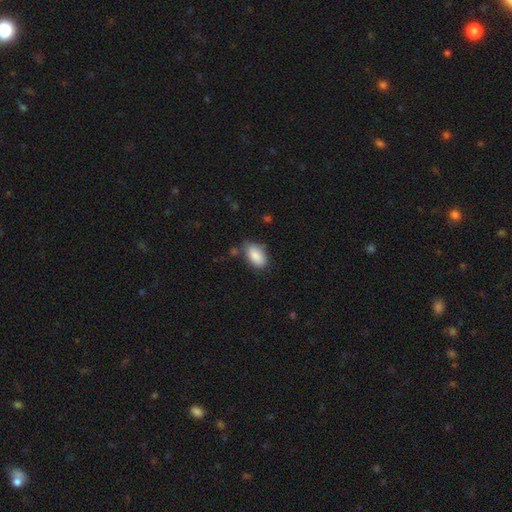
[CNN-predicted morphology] Q: Smooth or featured?
A: smooth (88%); runner-up: star or artifact (7%)
Q: How rounded?
A: in between (93%); runner-up: round (4%)
Q: Merging?
A: none (68%); runner-up: minor disturbance (22%)